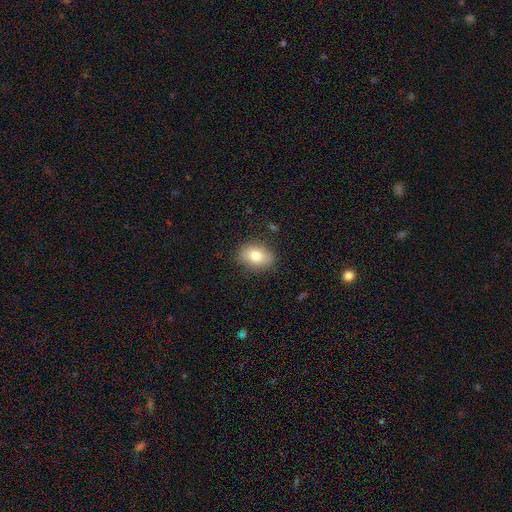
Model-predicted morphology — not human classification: A smooth galaxy with no disk features (78%) that is in between round and cigar-shaped (76%). Merging: none (84%).